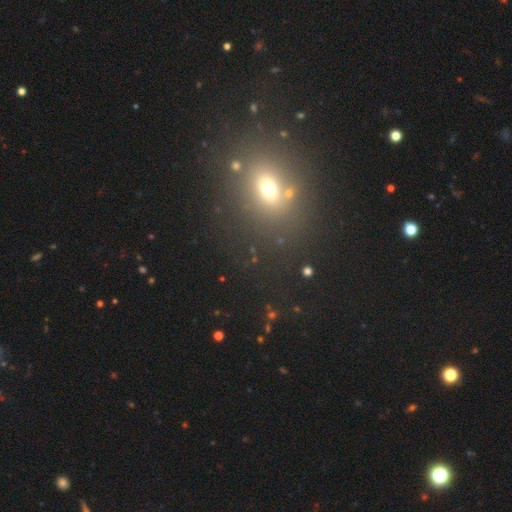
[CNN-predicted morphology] smooth 44%, star or artifact 43%, featured or disk 13%. Down the decision tree: merging — none (80%).